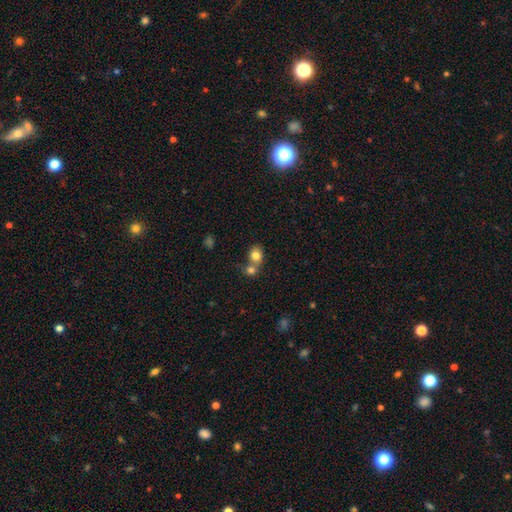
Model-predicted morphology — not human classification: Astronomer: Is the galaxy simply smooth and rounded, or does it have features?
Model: smooth — 80%.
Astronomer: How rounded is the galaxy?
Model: round — 63%.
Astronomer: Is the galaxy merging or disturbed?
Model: merger — 52% (runner-up: none, 37%).